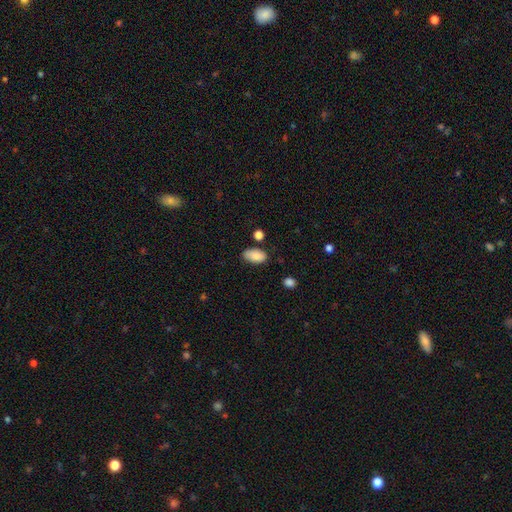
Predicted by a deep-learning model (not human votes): Smooth or featured? smooth (88%)
How rounded? in between (94%)
Merging? none (76%)